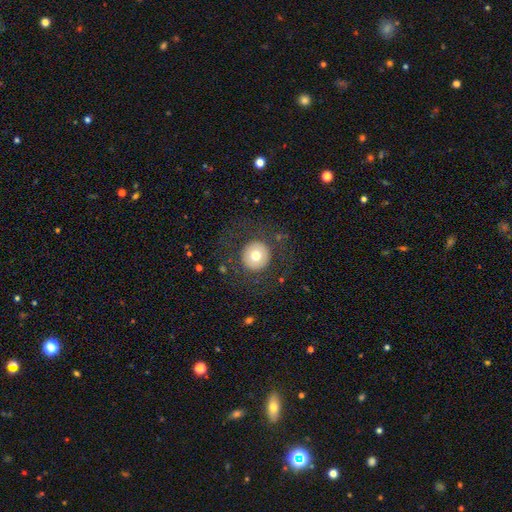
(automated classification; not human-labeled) Smooth or featured: smooth — 69% (featured or disk — 21%)
How rounded: round — 96% (in between — 4%)
Merging: none — 84% (major disturbance — 8%)